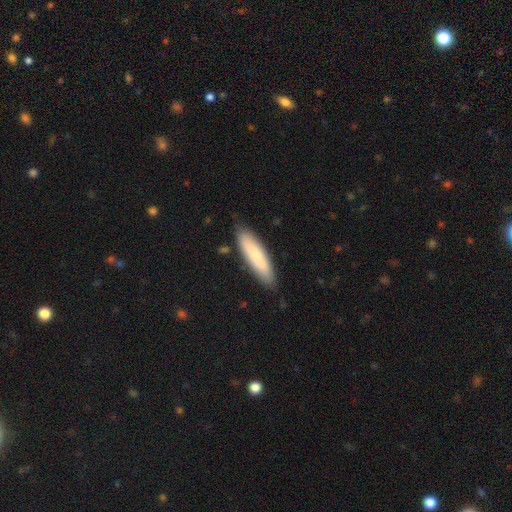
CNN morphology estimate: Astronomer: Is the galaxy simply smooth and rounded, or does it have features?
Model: smooth — 75%.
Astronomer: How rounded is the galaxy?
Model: cigar-shaped — 68%.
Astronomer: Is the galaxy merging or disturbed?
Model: none — 85%.